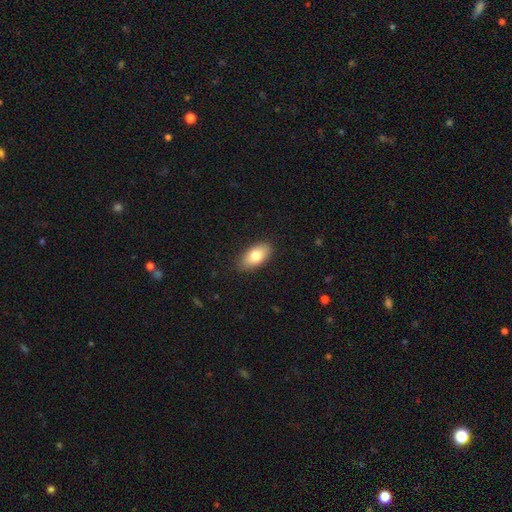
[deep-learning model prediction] A smooth galaxy with no disk features (78%) that is in between round and cigar-shaped (92%). Merging: none (86%).